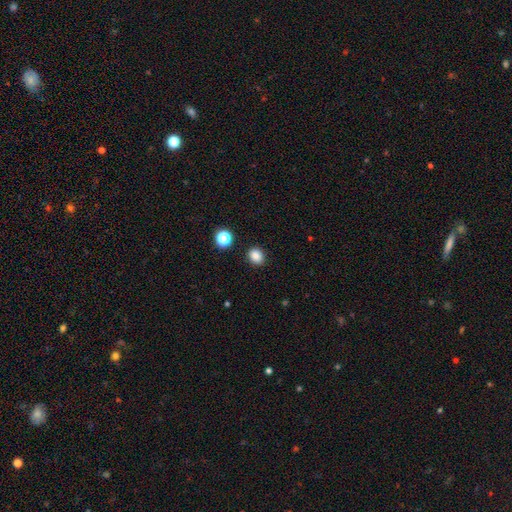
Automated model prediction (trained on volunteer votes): This appears to be a smooth galaxy with no disk features (85%) that is round (61%). Merging: none (89%).